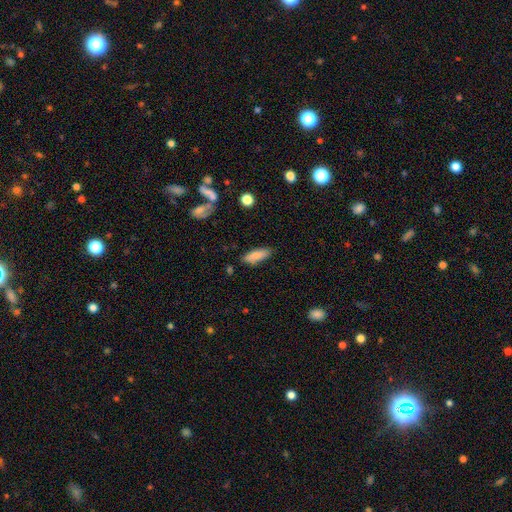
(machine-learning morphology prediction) smooth-or-featured: smooth: 80% | featured or disk: 13% | star or artifact: 7%
  how-rounded: in between: 64% | cigar-shaped: 34% | round: 2%
  merging: none: 80% | minor disturbance: 15% | major disturbance: 3% | merger: 2%